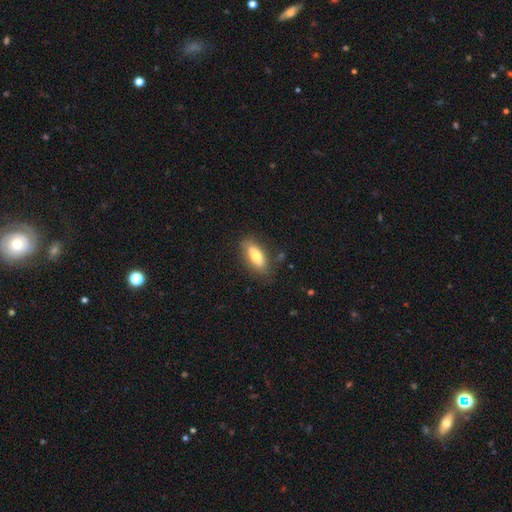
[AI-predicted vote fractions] A smooth galaxy with no disk features (72%) that is in between round and cigar-shaped (72%). Merging: none (81%).